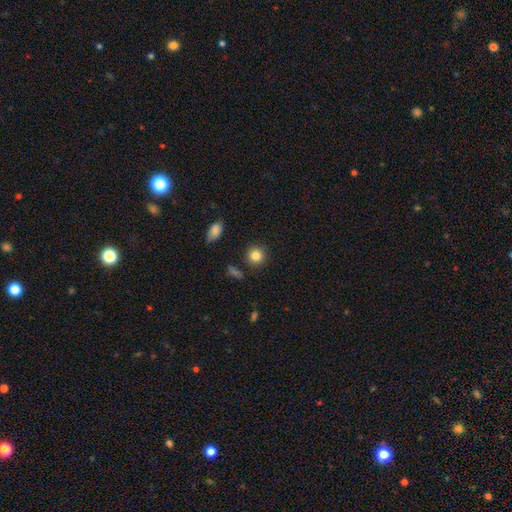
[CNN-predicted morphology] smooth_or_featured: smooth (p=0.84) [alt: star or artifact p=0.10]
how_rounded: round (p=0.90) [alt: in between p=0.09]
merging: none (p=0.89) [alt: minor disturbance p=0.07]